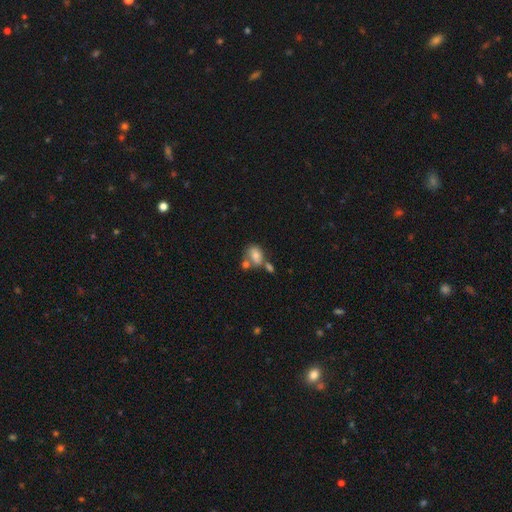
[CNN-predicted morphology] This is likely a smooth galaxy (71%). How rounded: likely in between (72%). Merging: marginally merger (41%).